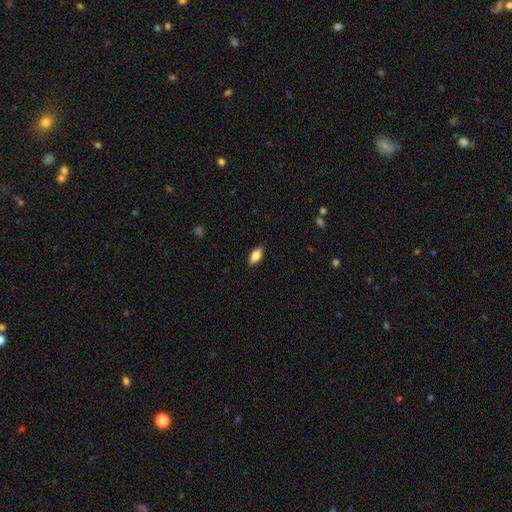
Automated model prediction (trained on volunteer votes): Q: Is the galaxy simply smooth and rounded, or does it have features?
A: smooth — 79%.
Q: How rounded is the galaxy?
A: in between — 87%.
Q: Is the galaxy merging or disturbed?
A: none — 88%.